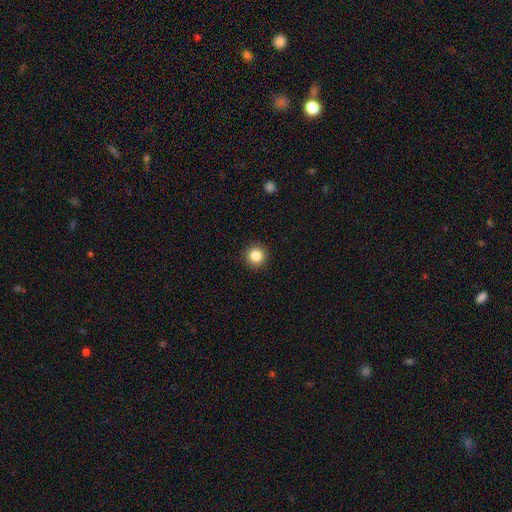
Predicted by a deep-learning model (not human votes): A smooth galaxy with no disk features (85%) that is round (95%). Merging: none (93%).